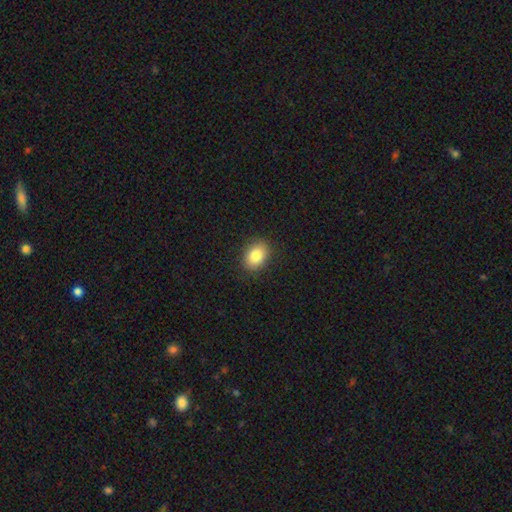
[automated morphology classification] This is clearly a smooth galaxy (84%). How rounded: likely in between (73%). Merging: clearly none (88%).